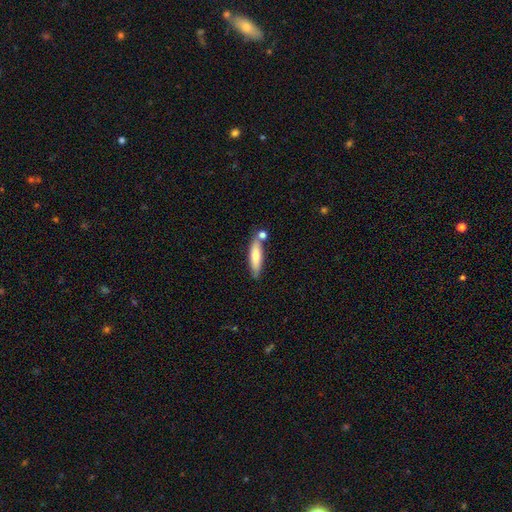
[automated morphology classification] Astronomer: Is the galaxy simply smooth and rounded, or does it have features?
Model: smooth — 70%.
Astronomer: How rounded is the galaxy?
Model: cigar-shaped — 71%.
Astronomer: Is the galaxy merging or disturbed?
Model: none — 65%.